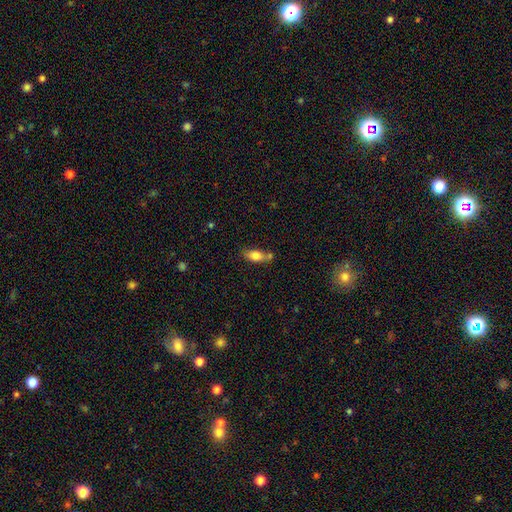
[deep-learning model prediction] Smooth or featured? Predicted: smooth (p=0.78). How rounded? Predicted: in between (p=0.81). Merging? Predicted: none (p=0.54).